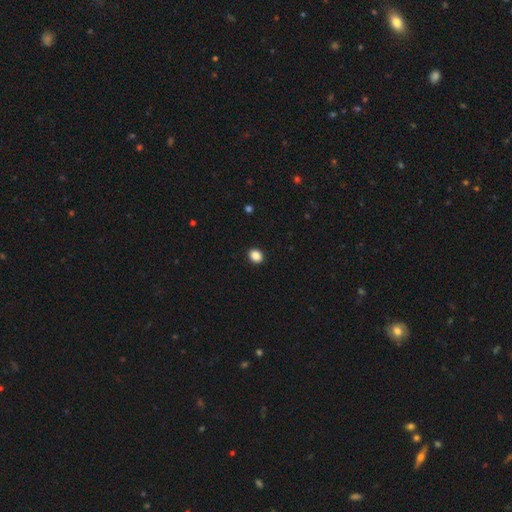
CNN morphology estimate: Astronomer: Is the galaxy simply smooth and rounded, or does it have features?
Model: smooth — 88%.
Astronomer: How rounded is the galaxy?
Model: round — 57% (runner-up: in between, 42%).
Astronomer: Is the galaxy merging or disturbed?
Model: none — 92%.